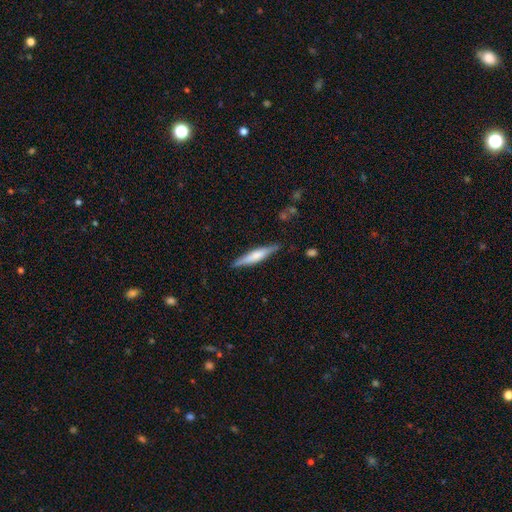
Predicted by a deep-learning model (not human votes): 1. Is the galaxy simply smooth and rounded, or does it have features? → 48% smooth, 46% featured or disk, 6% star or artifact.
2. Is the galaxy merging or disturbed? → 87% none, 10% minor disturbance, 2% major disturbance, 1% merger.